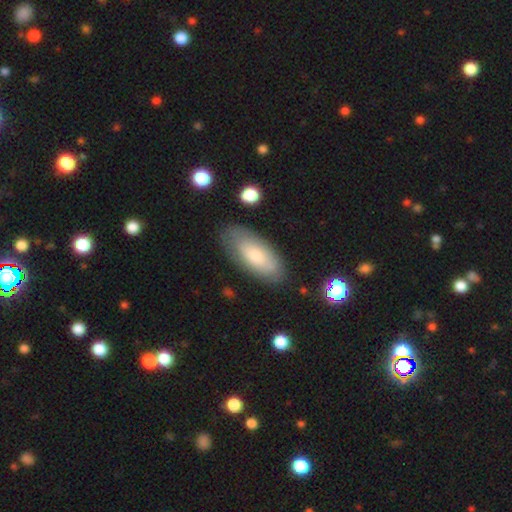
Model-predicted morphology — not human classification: type=smooth (66%); roundness=in between (85%); merging=none (79%).